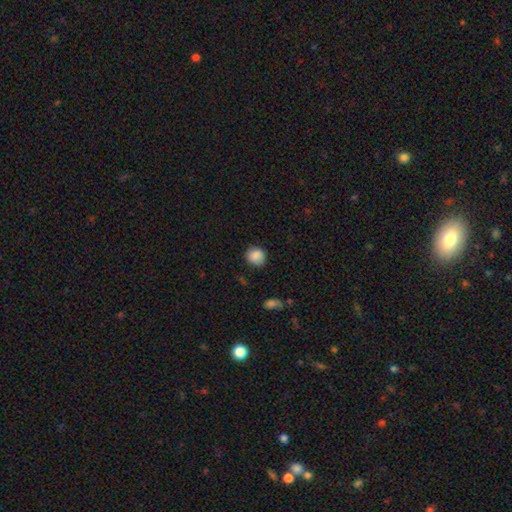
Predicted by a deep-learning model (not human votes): The model was most divided on "how rounded": round: 82%, in between: 17%, cigar-shaped: 1%. More confident: smooth or featured — smooth (86%); merging — none (83%).